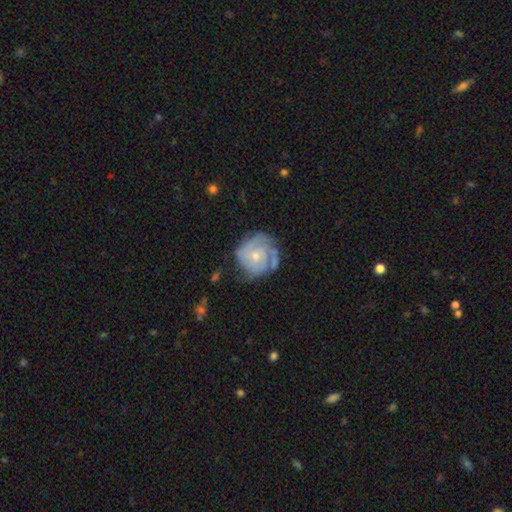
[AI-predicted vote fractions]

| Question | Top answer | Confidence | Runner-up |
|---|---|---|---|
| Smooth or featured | featured or disk | 72% | smooth (22%) |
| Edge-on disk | no | 98% | yes (2%) |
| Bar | no | 79% | weak (18%) |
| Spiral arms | yes | 83% | no (17%) |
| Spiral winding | tight | 64% | medium (27%) |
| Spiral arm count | can't tell | 41% | 2 (21%) |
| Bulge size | small | 61% | moderate (34%) |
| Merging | none | 57% | minor disturbance (26%) |